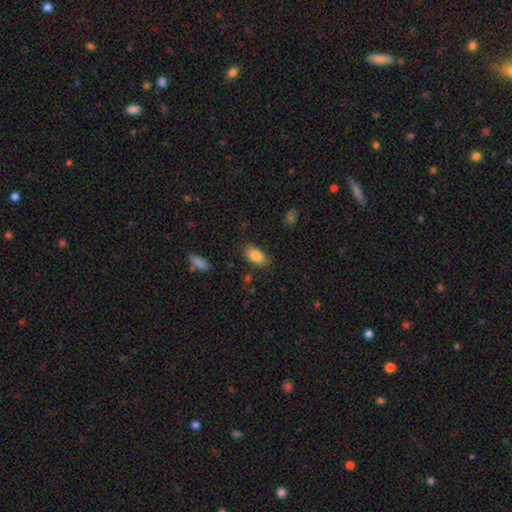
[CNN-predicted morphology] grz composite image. It shows a smooth galaxy with no disk features (85%) that is in between round and cigar-shaped (92%). Merging: none (79%).